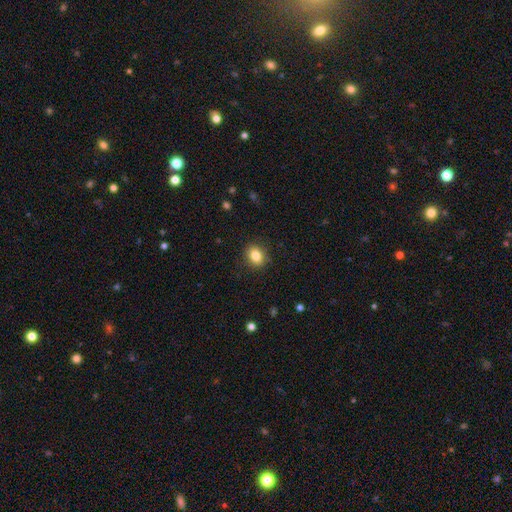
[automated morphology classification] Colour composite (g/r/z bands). It shows a smooth galaxy with no disk features (84%) that is in between round and cigar-shaped (54%). Merging: none (87%).